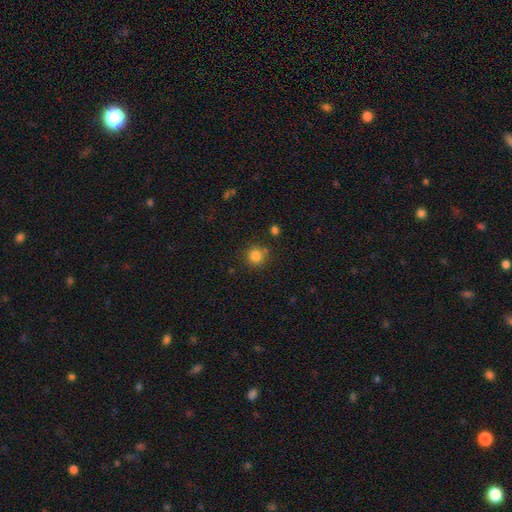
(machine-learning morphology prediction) A smooth galaxy with no disk features (83%) that is round (91%). Merging: none (79%).